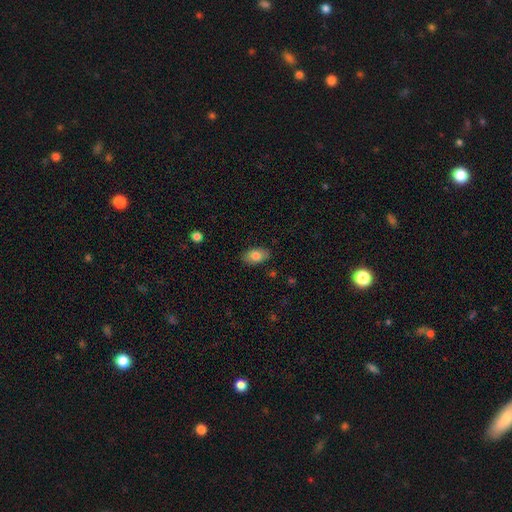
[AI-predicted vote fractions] Smooth or featured: smooth — 82% (featured or disk — 11%)
How rounded: in between — 91% (round — 7%)
Merging: none — 85% (minor disturbance — 11%)